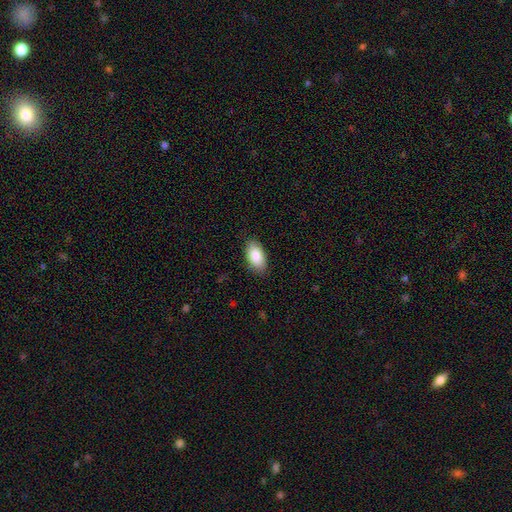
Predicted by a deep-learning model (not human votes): Smooth or featured?
  - smooth: 87% *
  - featured or disk: 7%
  - star or artifact: 6%
How rounded?
  - in between: 95% *
  - round: 3%
  - cigar-shaped: 2%
Merging?
  - none: 86% *
  - minor disturbance: 11%
  - major disturbance: 2%
  - merger: 1%